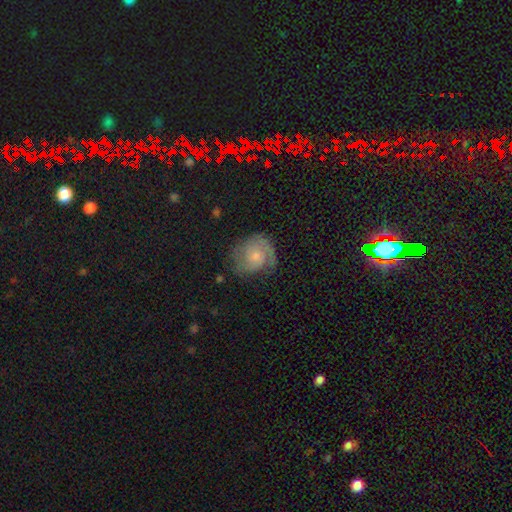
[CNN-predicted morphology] The model was most divided on "bulge size": small: 51%, moderate: 38%, none: 5%, large: 4%, dominant: 1%. More confident: edge-on disk — no (97%); spiral arms — yes (87%); bar — no (75%); merging — none (62%); smooth or featured — featured or disk (58%).